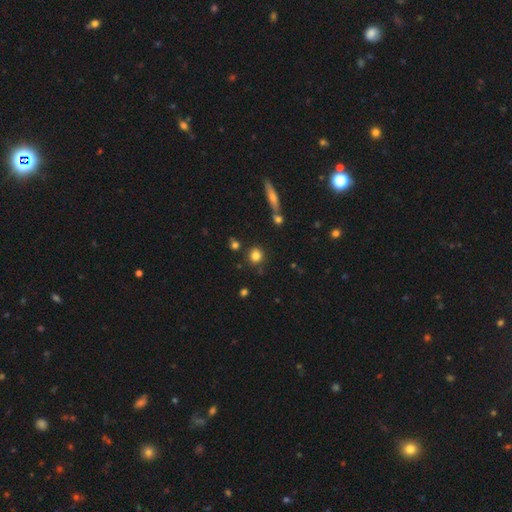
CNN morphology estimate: Smooth or featured?
  - smooth: 81% *
  - star or artifact: 12%
  - featured or disk: 7%
How rounded?
  - round: 86% *
  - in between: 12%
  - cigar-shaped: 2%
Merging?
  - none: 82% *
  - minor disturbance: 9%
  - merger: 7%
  - major disturbance: 3%